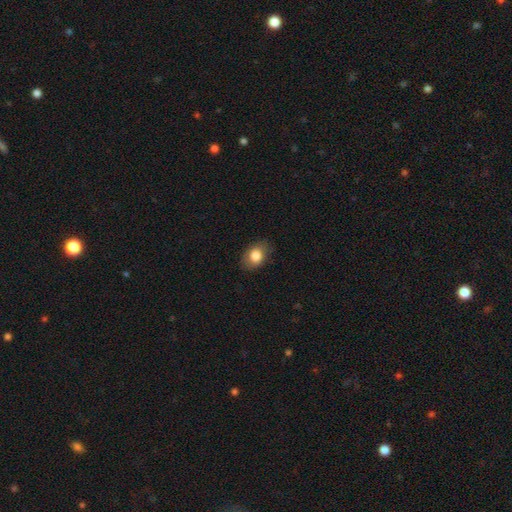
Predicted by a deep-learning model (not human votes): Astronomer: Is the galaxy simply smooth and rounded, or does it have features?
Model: smooth — 82%.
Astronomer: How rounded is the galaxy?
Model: in between — 73%.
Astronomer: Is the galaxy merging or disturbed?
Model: none — 81%.